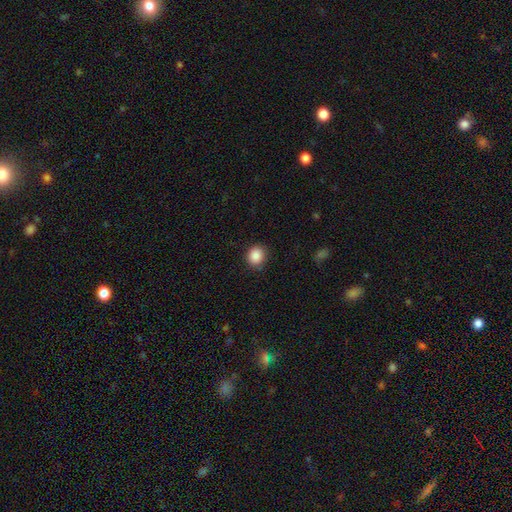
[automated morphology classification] Overall: smooth (88%). How rounded: round (77%). Merging: none (88%).